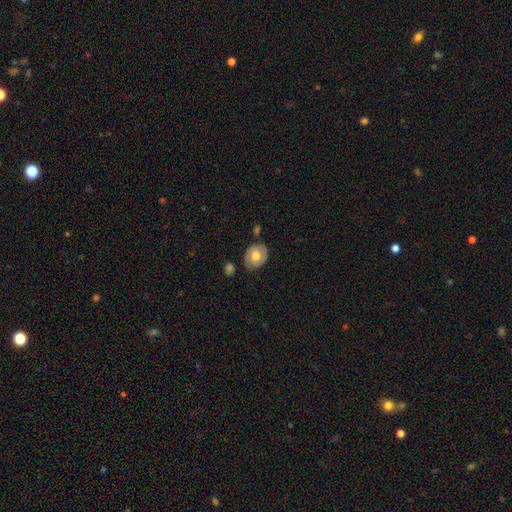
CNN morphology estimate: Overall: smooth (55%; featured or disk 38%). How rounded: in between (53%; round 46%). Merging: none (72%).